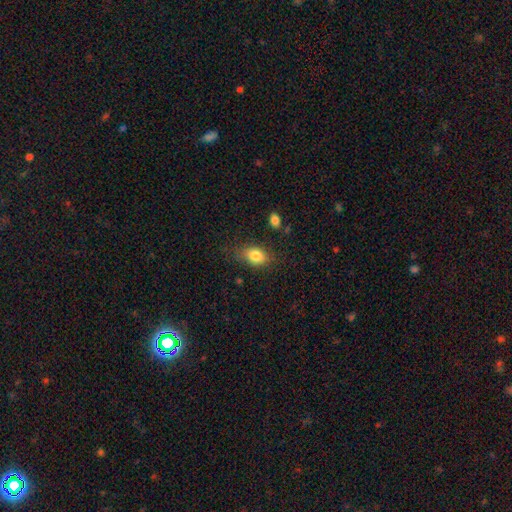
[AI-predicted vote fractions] This appears to be a smooth galaxy with no disk features (82%) that is in between round and cigar-shaped (78%). Merging: none (72%).